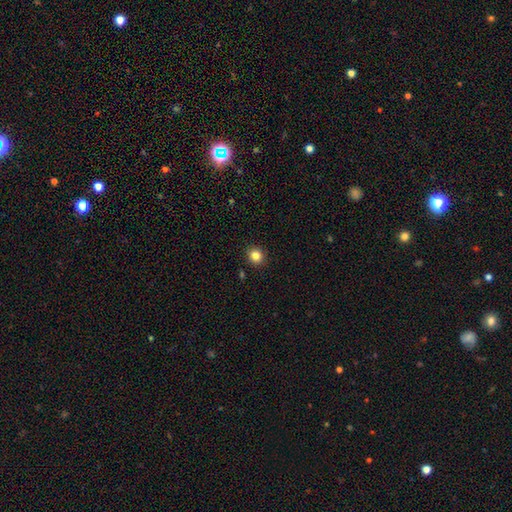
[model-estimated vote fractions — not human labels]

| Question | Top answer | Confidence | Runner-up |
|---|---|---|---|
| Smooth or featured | smooth | 84% | star or artifact (11%) |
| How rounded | round | 81% | in between (19%) |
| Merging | none | 91% | minor disturbance (6%) |